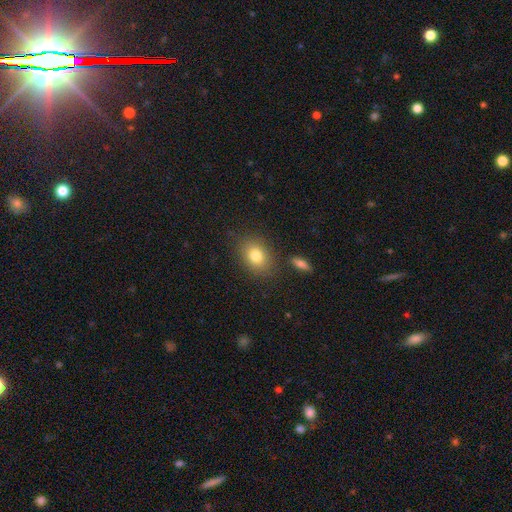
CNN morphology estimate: A smooth galaxy with no disk features (80%) that is in between round and cigar-shaped (62%).

Vote fractions:
- Smooth or featured? smooth: 80% / star or artifact: 10% / featured or disk: 10%
- How rounded? in between: 62% / round: 36% / cigar-shaped: 1%
- Merging? none: 82% / minor disturbance: 11% / merger: 4% / major disturbance: 4%